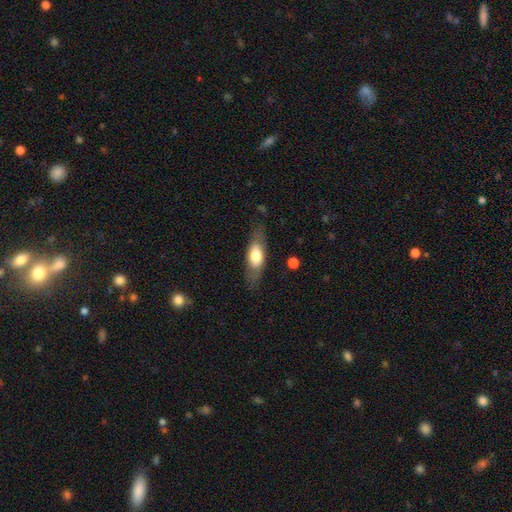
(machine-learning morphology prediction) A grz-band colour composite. It shows a smooth galaxy with no disk features (64%) that is in between round and cigar-shaped (68%). Merging: none (77%).